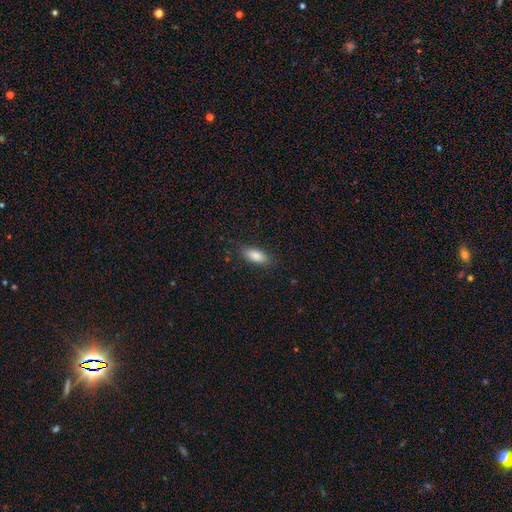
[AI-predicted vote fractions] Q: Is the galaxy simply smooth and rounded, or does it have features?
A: smooth — 84%.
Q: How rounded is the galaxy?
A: in between — 81%.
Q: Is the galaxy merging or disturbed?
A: none — 85%.